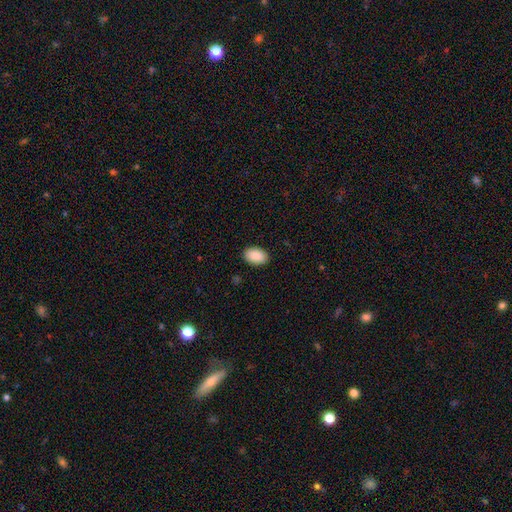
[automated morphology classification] This appears to be a smooth galaxy with no disk features (90%) that is in between round and cigar-shaped (91%). Merging: none (90%).